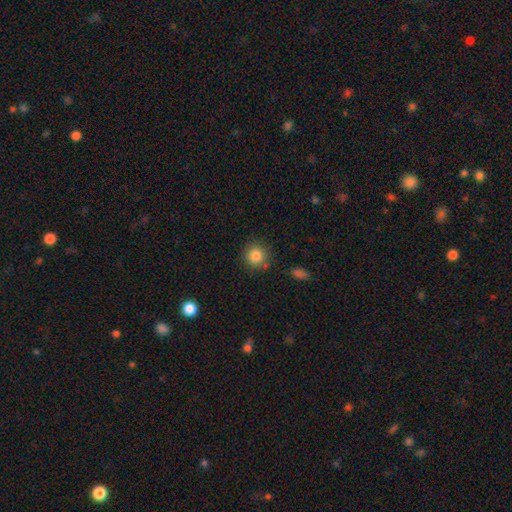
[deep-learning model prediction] This appears to be a smooth galaxy with no disk features (85%) that is round (91%). Merging: none (81%).